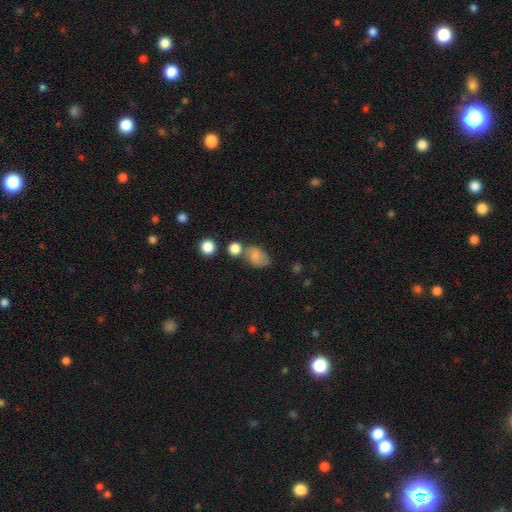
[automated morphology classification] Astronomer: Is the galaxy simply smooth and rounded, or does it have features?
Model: smooth — 76%.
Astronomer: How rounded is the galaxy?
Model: in between — 76%.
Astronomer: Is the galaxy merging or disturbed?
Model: none — 43% (runner-up: merger, 27%).